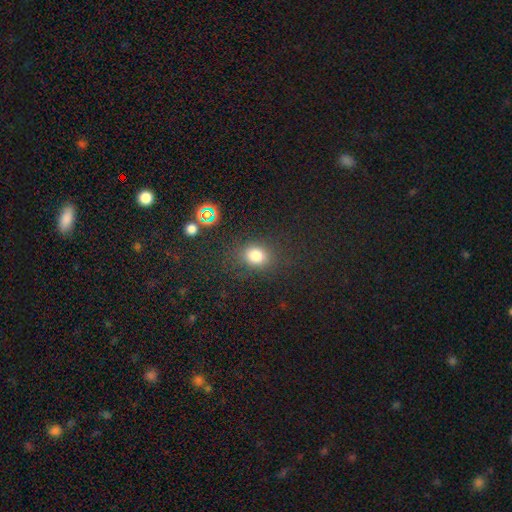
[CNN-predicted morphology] smooth 79%, star or artifact 15%, featured or disk 6%. Down the decision tree: how rounded — round (60%); merging — none (78%).